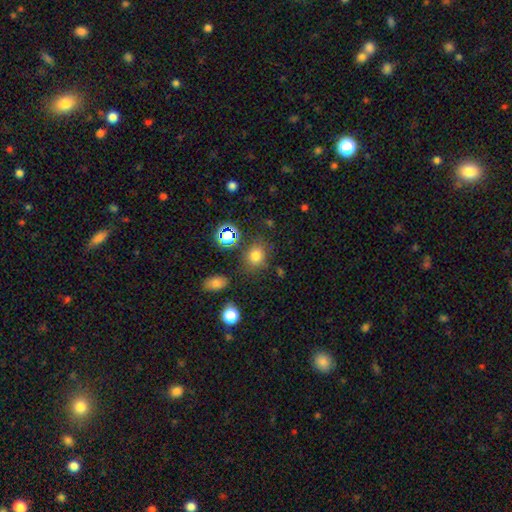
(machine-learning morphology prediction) A smooth galaxy with no disk features (74%) that is round (59%).

Vote fractions:
- Smooth or featured? smooth: 74% / star or artifact: 19% / featured or disk: 7%
- How rounded? round: 59% / in between: 39% / cigar-shaped: 1%
- Merging? none: 75% / minor disturbance: 14% / merger: 6% / major disturbance: 5%